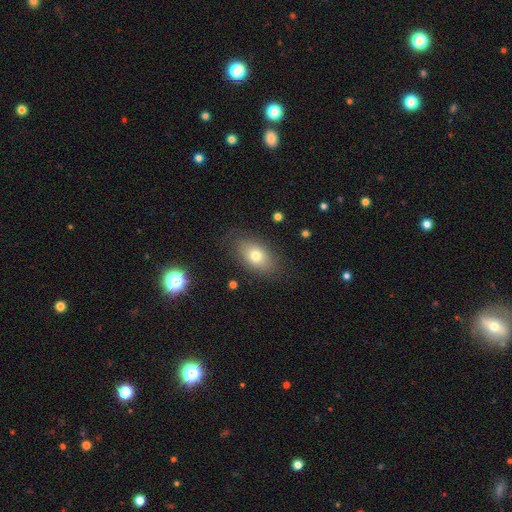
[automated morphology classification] The model was most divided on "smooth or featured": smooth: 71%, featured or disk: 20%, star or artifact: 10%. More confident: how rounded — in between (87%); merging — none (78%).